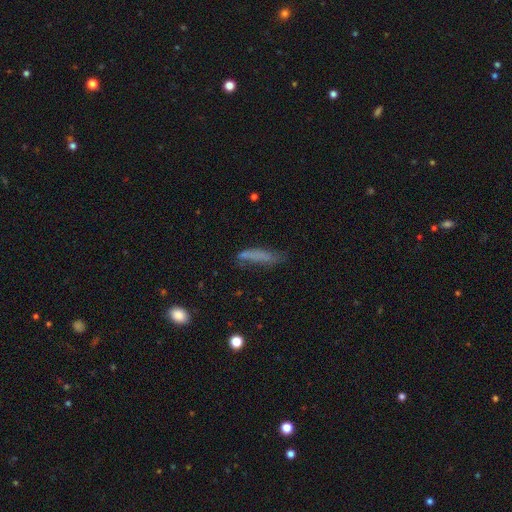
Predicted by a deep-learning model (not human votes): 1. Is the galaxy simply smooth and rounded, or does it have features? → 65% smooth, 23% featured or disk, 11% star or artifact.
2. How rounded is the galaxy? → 81% cigar-shaped, 17% in between, 2% round.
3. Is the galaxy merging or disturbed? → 57% none, 26% minor disturbance, 13% major disturbance, 5% merger.